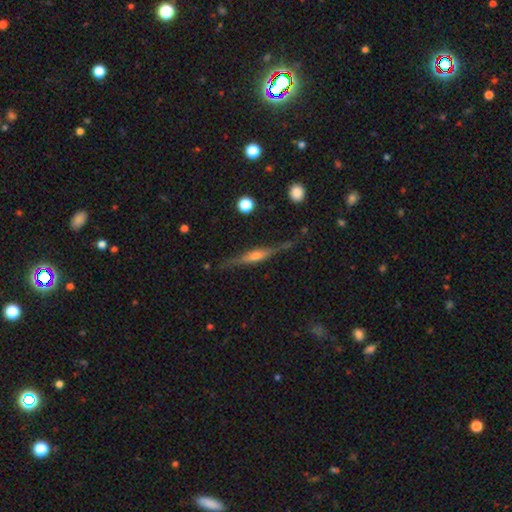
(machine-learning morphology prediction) smooth_or_featured: featured or disk (p=0.76) [alt: smooth p=0.17]
disk_edge_on: yes (p=0.97) [alt: no p=0.03]
edge_on_bulge: rounded (p=0.71) [alt: boxy p=0.20]
merging: none (p=0.82) [alt: minor disturbance p=0.13]